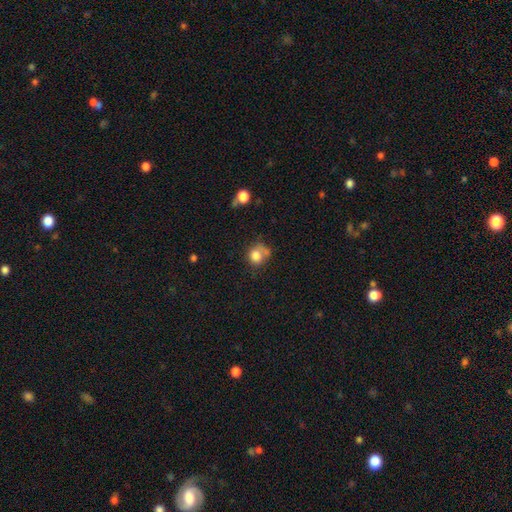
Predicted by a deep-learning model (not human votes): smooth-or-featured: smooth: 79% | star or artifact: 10% | featured or disk: 10%
  how-rounded: round: 76% | in between: 23% | cigar-shaped: 1%
  merging: none: 46% | minor disturbance: 23% | merger: 18% | major disturbance: 13%